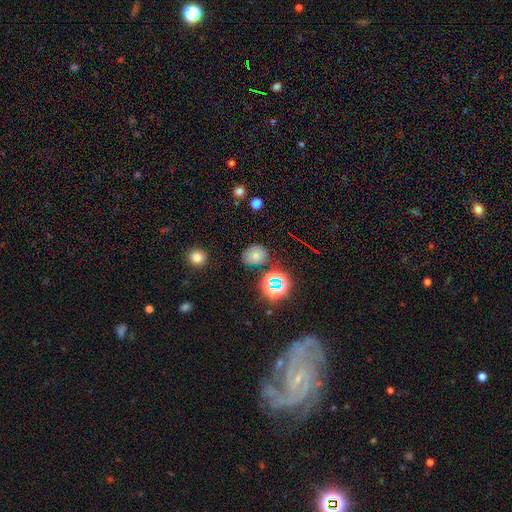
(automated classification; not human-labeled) The model was most divided on "how rounded": round: 54%, in between: 45%, cigar-shaped: 1%. More confident: merging — none (77%); smooth or featured — smooth (66%).